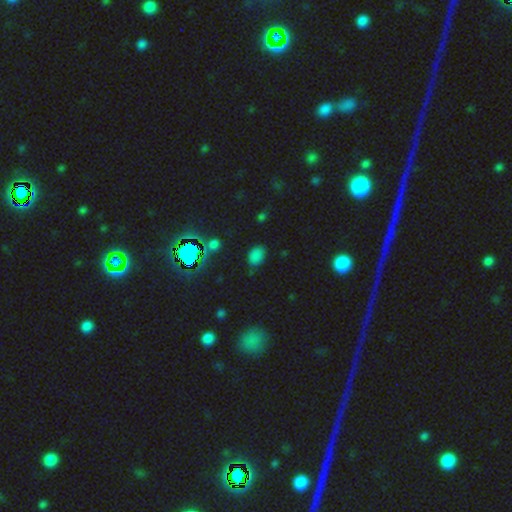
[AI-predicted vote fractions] smooth_or_featured: smooth (p=0.64) [alt: star or artifact p=0.30]
how_rounded: in between (p=0.77) [alt: round p=0.21]
merging: none (p=0.75) [alt: minor disturbance p=0.17]